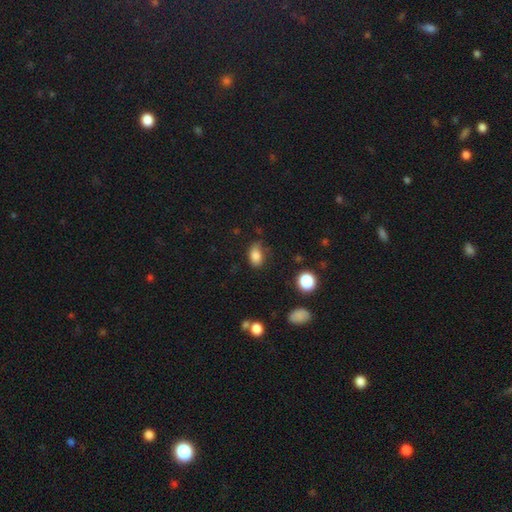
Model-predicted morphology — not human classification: Smooth or featured? Predicted: smooth (p=0.83). How rounded? Predicted: in between (p=0.84). Merging? Predicted: none (p=0.63).